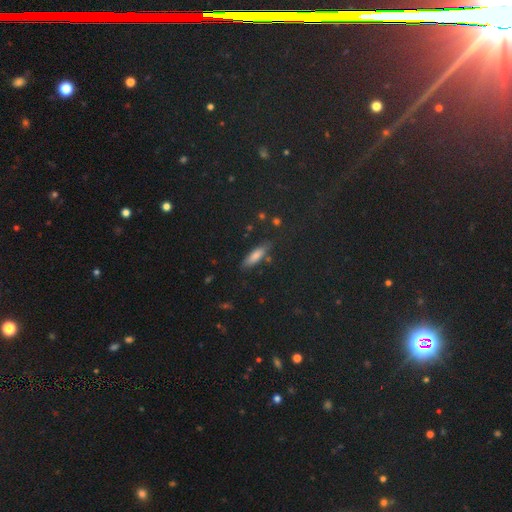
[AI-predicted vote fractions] Q: Smooth or featured?
A: smooth (74%); runner-up: featured or disk (13%)
Q: How rounded?
A: in between (50%); runner-up: cigar-shaped (46%)
Q: Merging?
A: none (80%); runner-up: minor disturbance (14%)